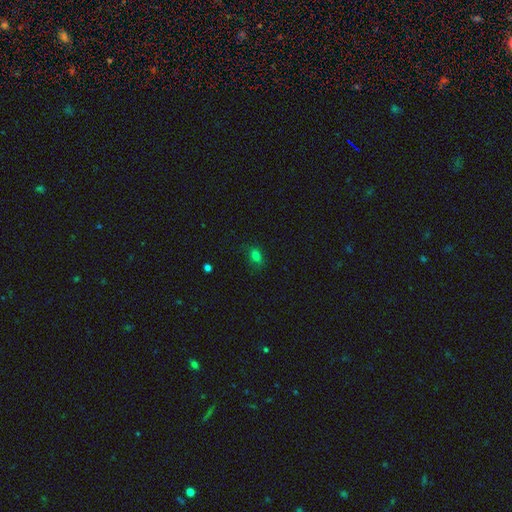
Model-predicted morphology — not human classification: smooth 75%, star or artifact 18%, featured or disk 7%. Down the decision tree: how rounded — in between (77%); merging — none (73%).